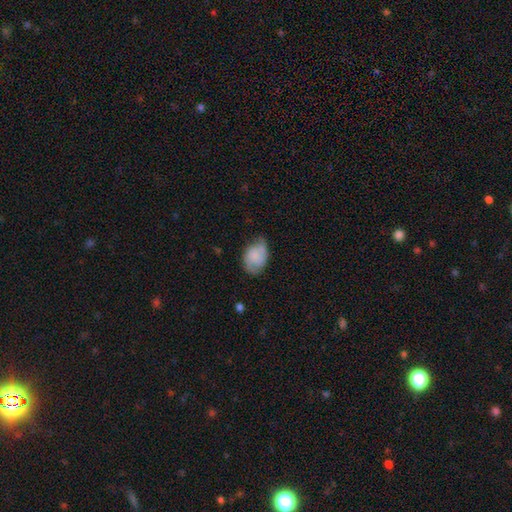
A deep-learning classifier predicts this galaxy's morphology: Smooth or featured? Predicted: smooth (p=0.58). How rounded? Predicted: in between (p=0.80). Merging? Predicted: none (p=0.56).